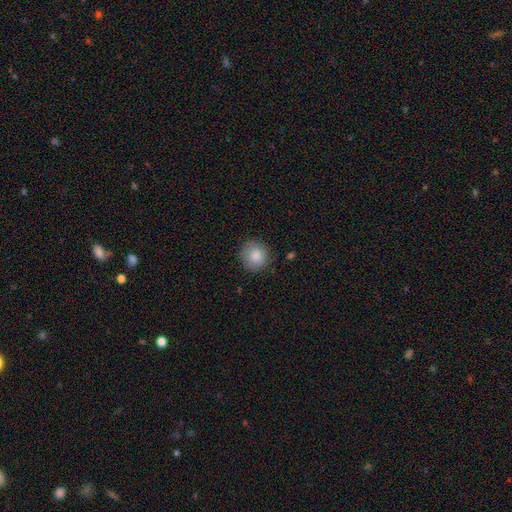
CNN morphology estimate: The model was most divided on "merging": none: 85%, minor disturbance: 11%, major disturbance: 3%, merger: 1%. More confident: how rounded — round (90%); smooth or featured — smooth (86%).